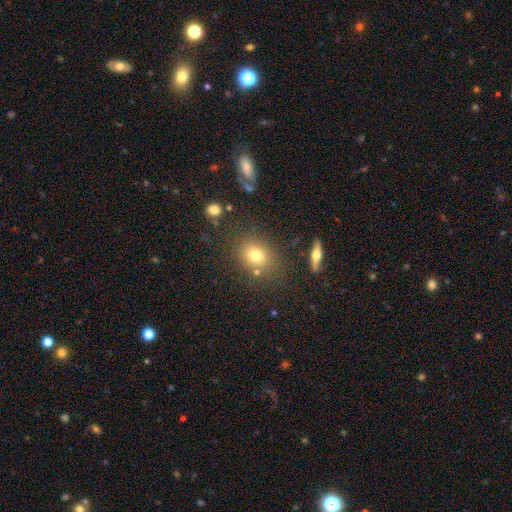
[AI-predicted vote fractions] This appears to be a smooth galaxy with no disk features (74%) that is in between round and cigar-shaped (51%). Merging: none (76%).